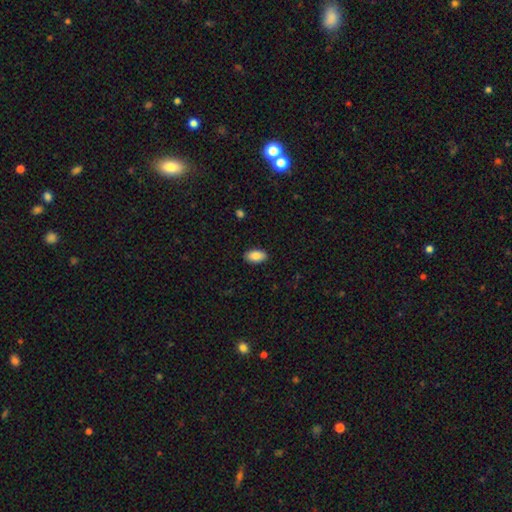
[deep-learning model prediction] Smooth or featured: smooth — 87% (star or artifact — 7%)
How rounded: in between — 94% (round — 3%)
Merging: none — 89% (minor disturbance — 8%)